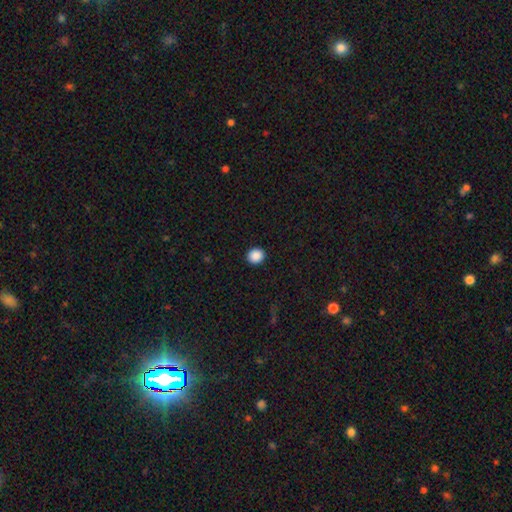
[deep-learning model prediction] Morphology: type=smooth (89%); roundness=round (87%); merging=none (93%).